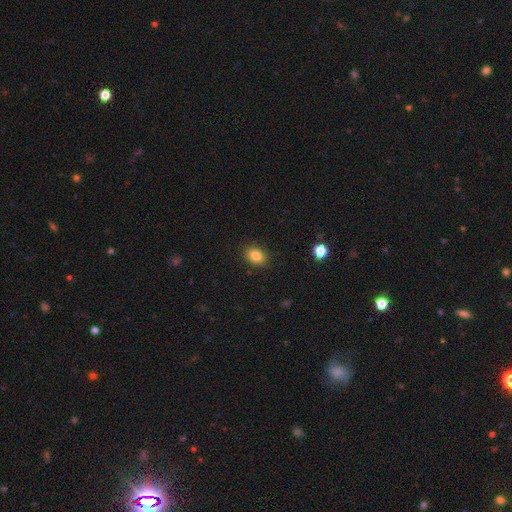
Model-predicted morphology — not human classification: The model was most divided on "how rounded": in between: 70%, round: 29%, cigar-shaped: 1%. More confident: merging — none (88%); smooth or featured — smooth (84%).